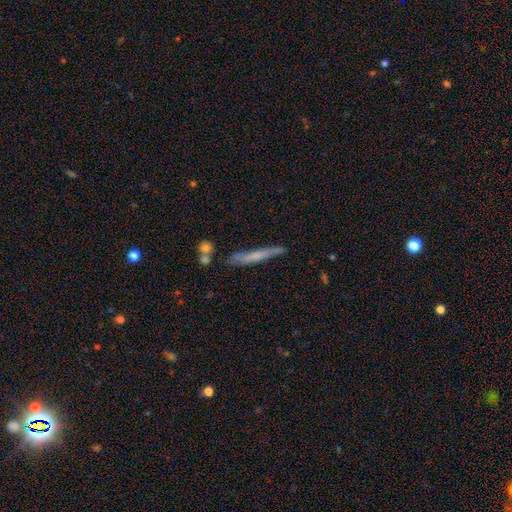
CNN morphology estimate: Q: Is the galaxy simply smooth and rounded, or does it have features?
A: smooth — 50%.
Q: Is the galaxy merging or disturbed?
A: none — 75%.